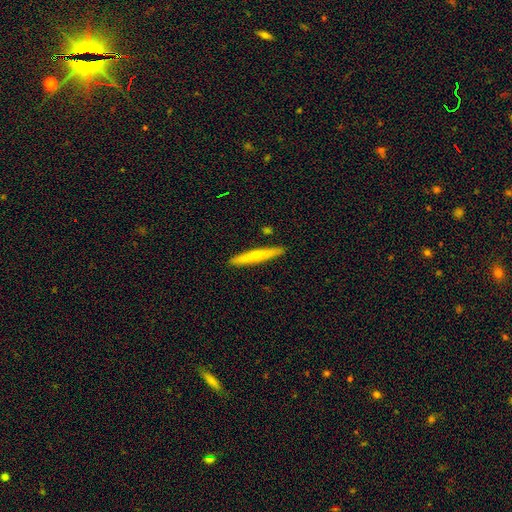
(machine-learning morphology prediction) Overall: smooth (51%; featured or disk 44%). How rounded: cigar-shaped (95%). Merging: none (91%).